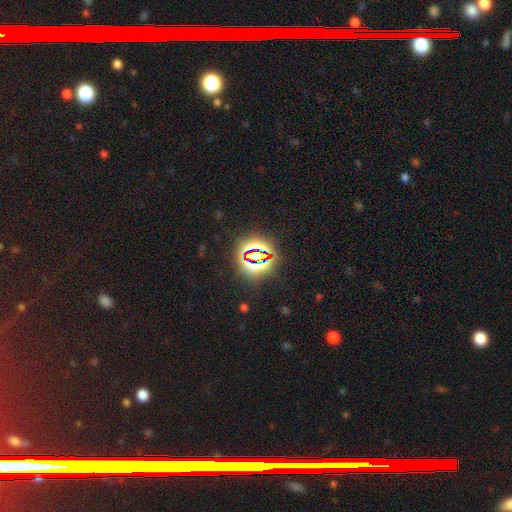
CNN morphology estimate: A star or artifact, not a galaxy (77%).

Vote fractions:
- Smooth or featured? star or artifact: 77% / smooth: 14% / featured or disk: 9%